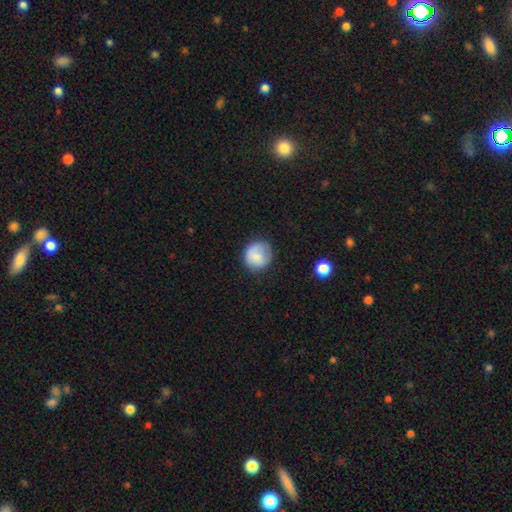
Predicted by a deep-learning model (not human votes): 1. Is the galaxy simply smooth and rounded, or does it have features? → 81% smooth, 12% featured or disk, 8% star or artifact.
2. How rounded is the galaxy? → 88% round, 11% in between, 1% cigar-shaped.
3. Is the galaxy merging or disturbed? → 75% none, 19% minor disturbance, 5% major disturbance, 1% merger.